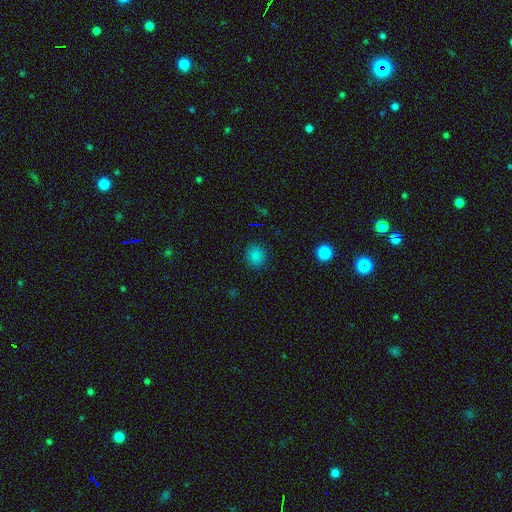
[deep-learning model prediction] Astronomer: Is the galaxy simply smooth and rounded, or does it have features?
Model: smooth — 83%.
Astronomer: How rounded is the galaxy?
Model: round — 78%.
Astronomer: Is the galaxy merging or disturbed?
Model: none — 87%.